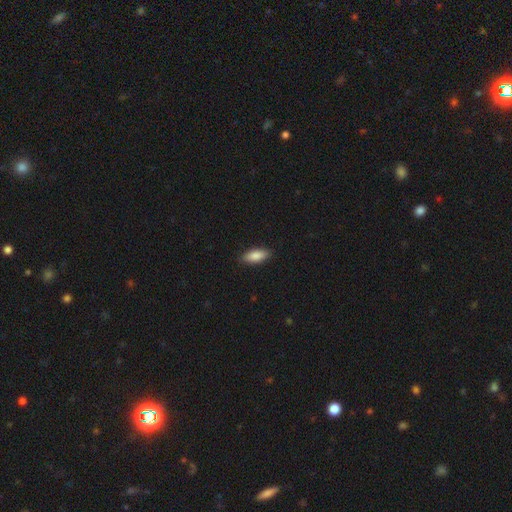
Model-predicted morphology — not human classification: A smooth galaxy with no disk features (87%) that is in between round and cigar-shaped (81%).

Vote fractions:
- Smooth or featured? smooth: 87% / featured or disk: 7% / star or artifact: 6%
- How rounded? in between: 81% / cigar-shaped: 17% / round: 2%
- Merging? none: 87% / minor disturbance: 10% / major disturbance: 2% / merger: 1%